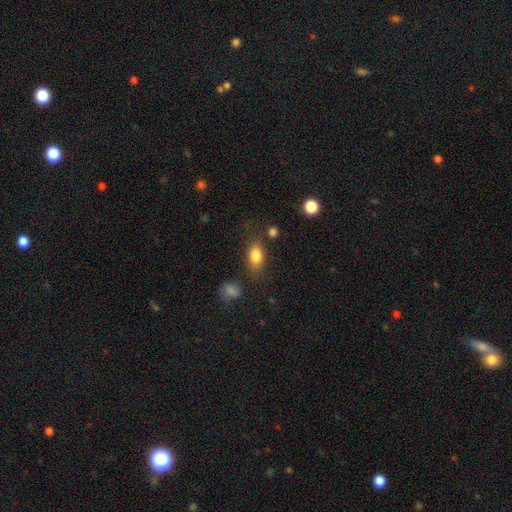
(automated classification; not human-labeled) This is clearly a smooth galaxy (82%). How rounded: clearly in between (84%). Merging: likely none (72%).